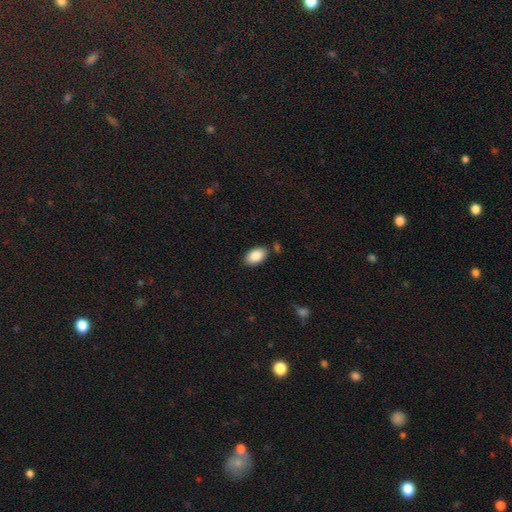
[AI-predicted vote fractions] A smooth galaxy with no disk features (88%) that is in between round and cigar-shaped (93%).

Vote fractions:
- Smooth or featured? smooth: 88% / star or artifact: 7% / featured or disk: 5%
- How rounded? in between: 93% / round: 6% / cigar-shaped: 1%
- Merging? none: 82% / minor disturbance: 12% / merger: 4% / major disturbance: 3%